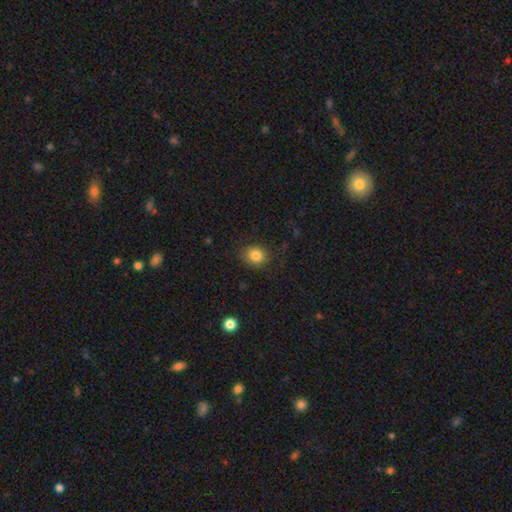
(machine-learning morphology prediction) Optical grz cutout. It shows a smooth galaxy with no disk features (83%) that is round (65%). Merging: none (83%).